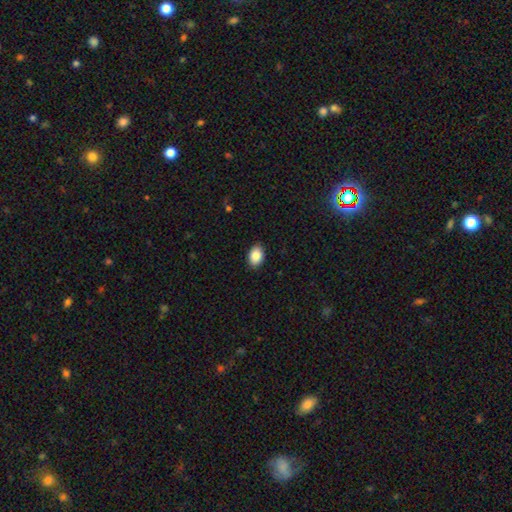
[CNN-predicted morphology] smooth 88%, star or artifact 7%, featured or disk 5%. Down the decision tree: how rounded — in between (86%); merging — none (89%).